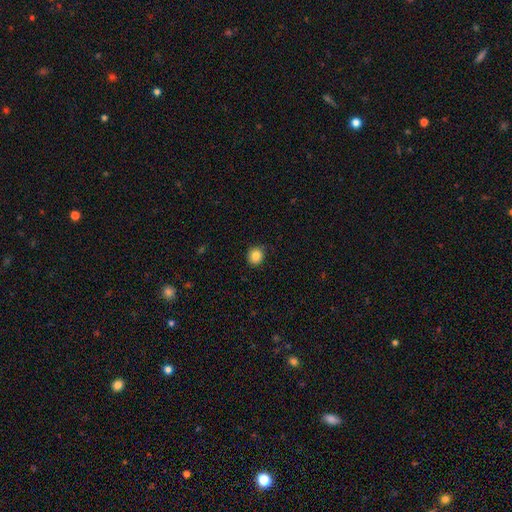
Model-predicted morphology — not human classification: Smooth or featured?
  - smooth: 85% *
  - star or artifact: 10%
  - featured or disk: 5%
How rounded?
  - round: 83% *
  - in between: 16%
  - cigar-shaped: 1%
Merging?
  - none: 85% *
  - minor disturbance: 11%
  - major disturbance: 2%
  - merger: 1%